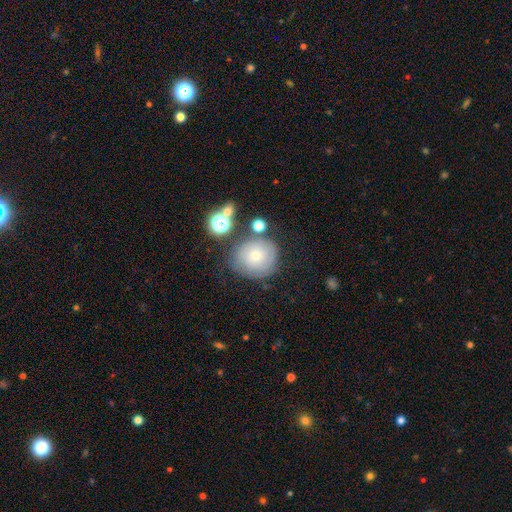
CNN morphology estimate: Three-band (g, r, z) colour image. It shows a smooth galaxy with no disk features (59%) that is round (88%). Merging: none (68%).